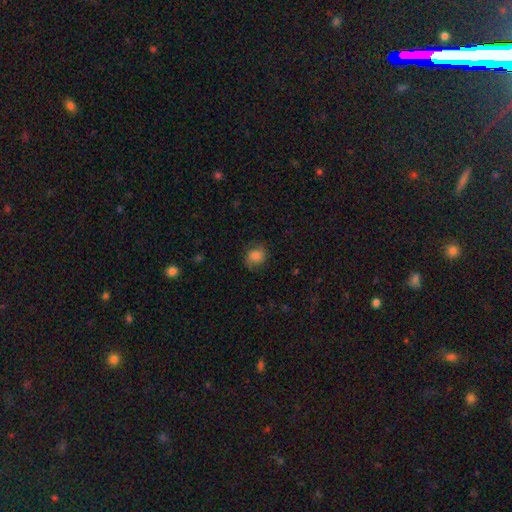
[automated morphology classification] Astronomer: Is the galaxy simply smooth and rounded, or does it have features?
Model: smooth — 70%.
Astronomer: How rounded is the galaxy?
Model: round — 68%.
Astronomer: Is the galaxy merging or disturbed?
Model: none — 74%.